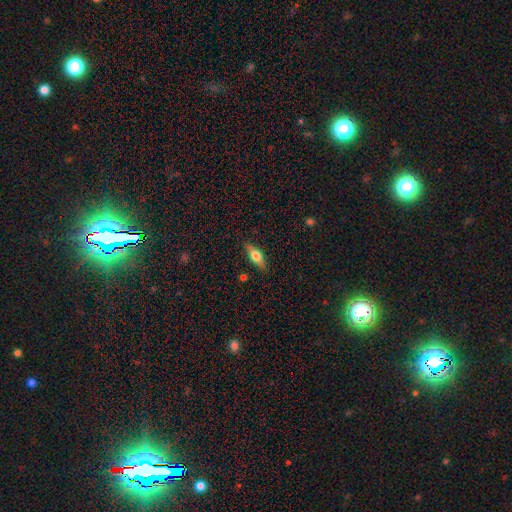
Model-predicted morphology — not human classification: This is possibly a smooth galaxy (51%). How rounded: likely in between (62%). Merging: clearly none (84%).